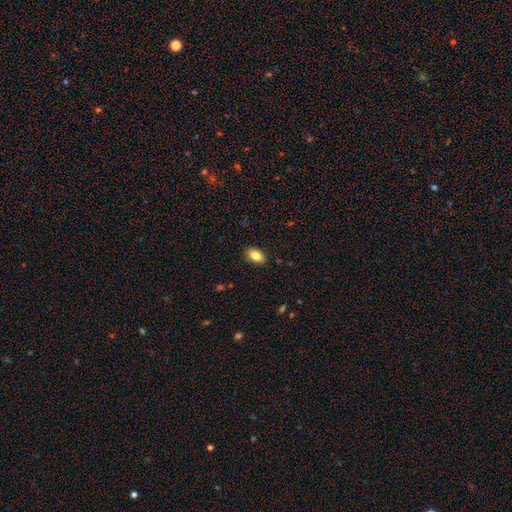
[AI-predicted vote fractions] Smooth or featured? smooth (84%)
How rounded? in between (89%)
Merging? none (87%)